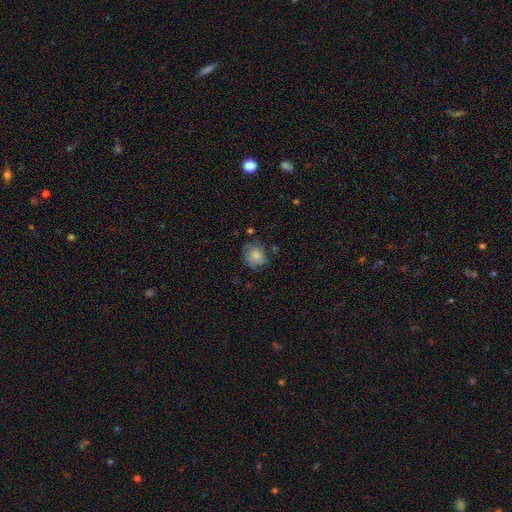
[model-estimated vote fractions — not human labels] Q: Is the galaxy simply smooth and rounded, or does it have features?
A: smooth — 72%.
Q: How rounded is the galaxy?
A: round — 72%.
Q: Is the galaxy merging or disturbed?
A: none — 63%.